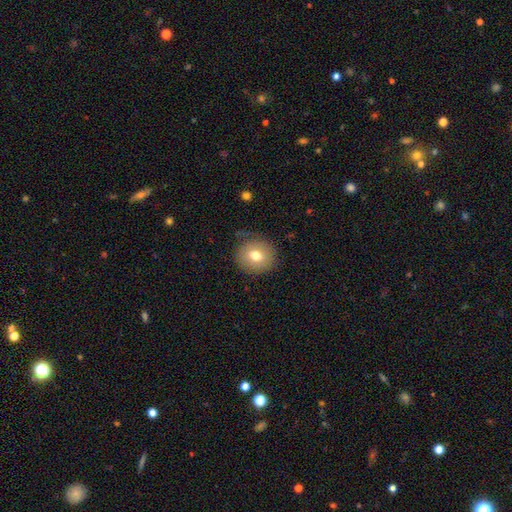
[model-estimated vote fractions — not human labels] Smooth or featured: smooth — 74% (featured or disk — 17%)
How rounded: round — 86% (in between — 13%)
Merging: none — 80% (minor disturbance — 14%)